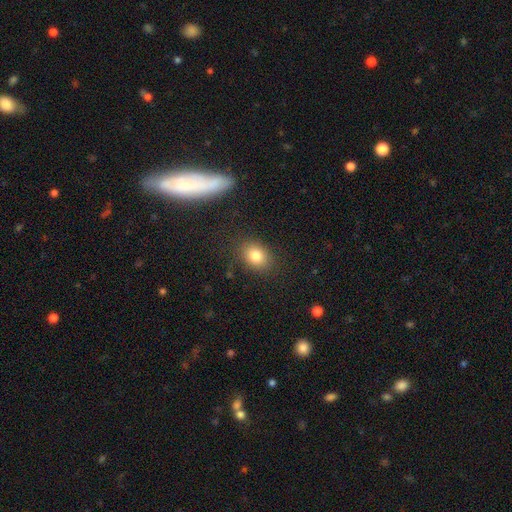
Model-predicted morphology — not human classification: Q: Smooth or featured?
A: smooth (82%); runner-up: star or artifact (11%)
Q: How rounded?
A: in between (58%); runner-up: round (41%)
Q: Merging?
A: none (84%); runner-up: minor disturbance (10%)